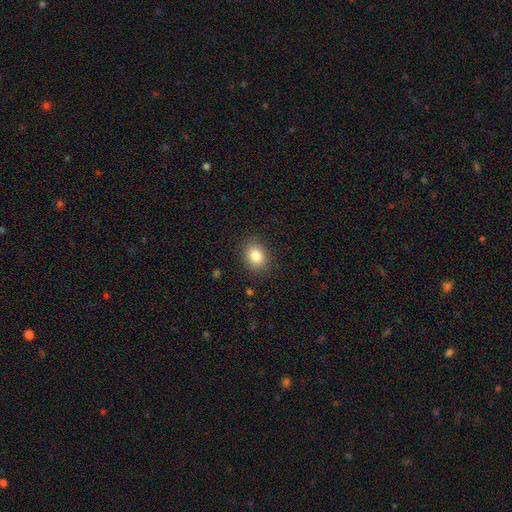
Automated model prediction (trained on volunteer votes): A smooth galaxy with no disk features (84%) that is round (54%). Merging: none (86%).